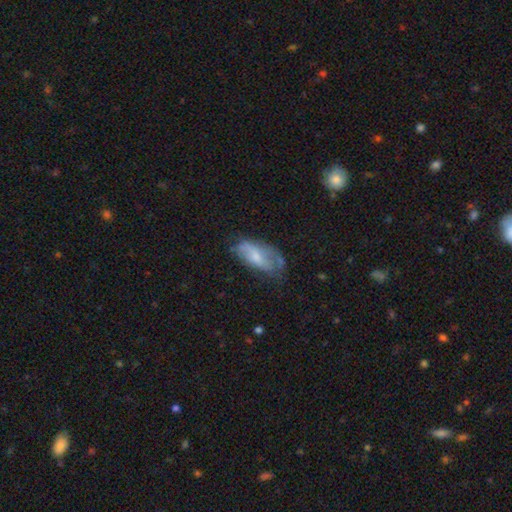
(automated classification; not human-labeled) smooth_or_featured: smooth (p=0.54) [alt: featured or disk p=0.39]
how_rounded: in between (p=0.87) [alt: cigar-shaped p=0.10]
merging: none (p=0.42) [alt: minor disturbance p=0.35]